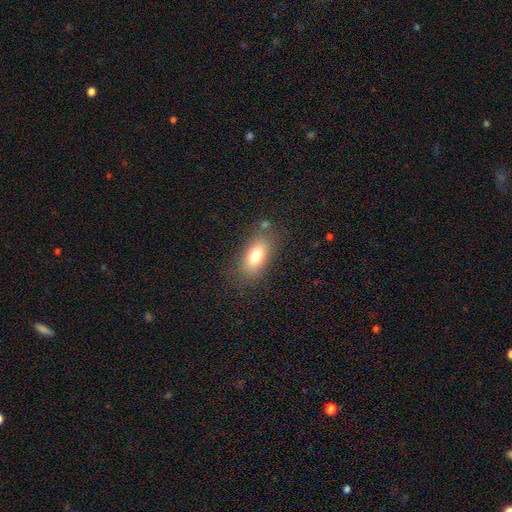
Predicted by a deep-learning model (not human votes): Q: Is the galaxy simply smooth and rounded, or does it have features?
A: smooth — 77%.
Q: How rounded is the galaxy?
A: in between — 87%.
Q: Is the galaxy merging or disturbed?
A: none — 78%.